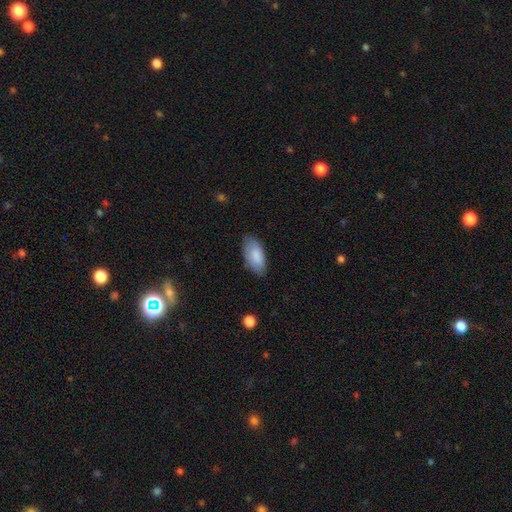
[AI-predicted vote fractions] This is clearly a smooth galaxy (86%). How rounded: clearly in between (92%). Merging: likely none (76%).